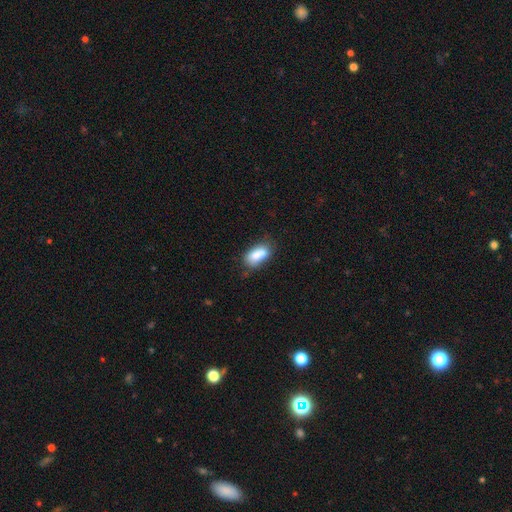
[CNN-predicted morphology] This appears to be a smooth galaxy with no disk features (80%) that is in between round and cigar-shaped (89%). Merging: none (51%).